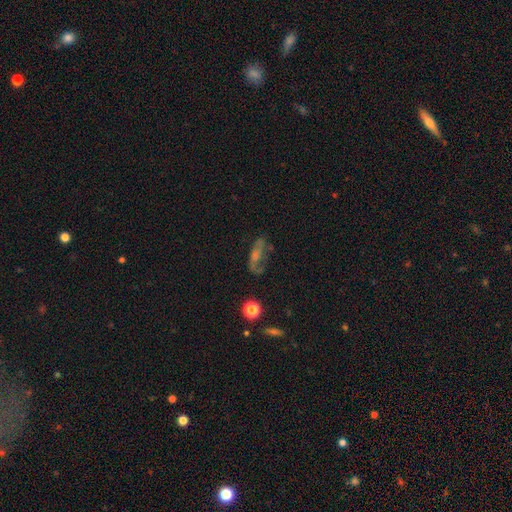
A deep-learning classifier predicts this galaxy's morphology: This is possibly a featured or disk galaxy (52%). It is clearly not viewed edge-on (84%). Merging: possibly none (48%).